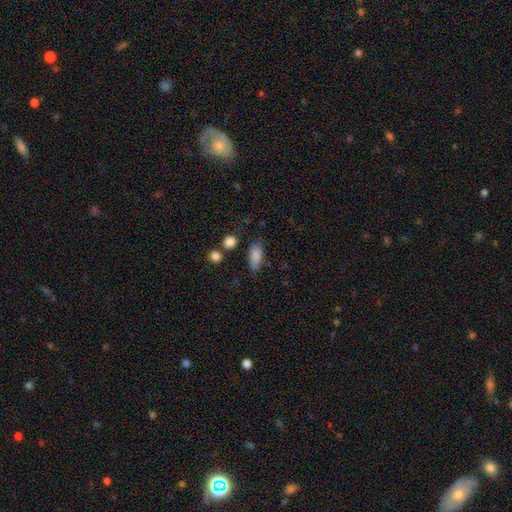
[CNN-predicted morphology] Q: Smooth or featured?
A: smooth (85%); runner-up: star or artifact (8%)
Q: How rounded?
A: in between (85%); runner-up: cigar-shaped (10%)
Q: Merging?
A: none (68%); runner-up: minor disturbance (22%)